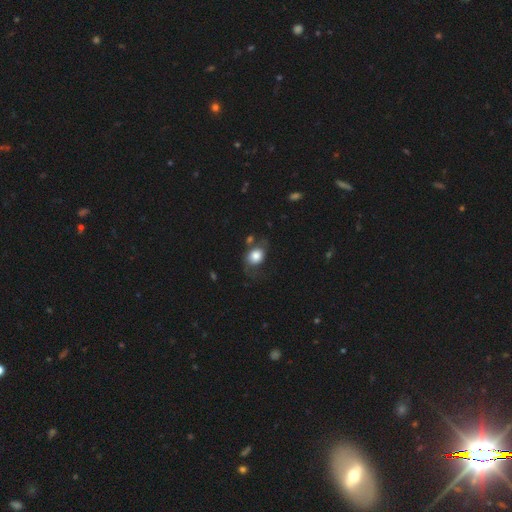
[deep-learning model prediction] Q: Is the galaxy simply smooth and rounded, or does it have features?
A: smooth — 76%.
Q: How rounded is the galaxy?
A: in between — 52%.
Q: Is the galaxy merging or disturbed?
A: none — 51%.